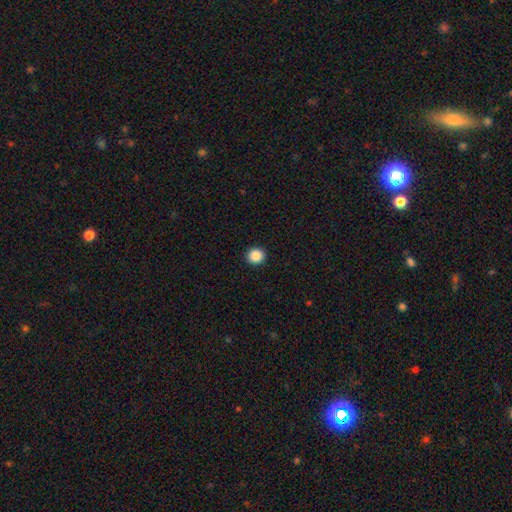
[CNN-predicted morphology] A smooth galaxy with no disk features (87%) that is round (94%). Merging: none (93%).